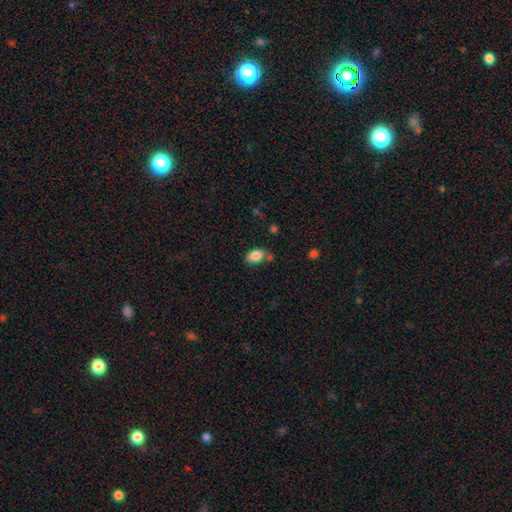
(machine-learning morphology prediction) Smooth or featured: smooth — 85% (star or artifact — 8%)
How rounded: in between — 90% (round — 8%)
Merging: none — 71% (minor disturbance — 17%)